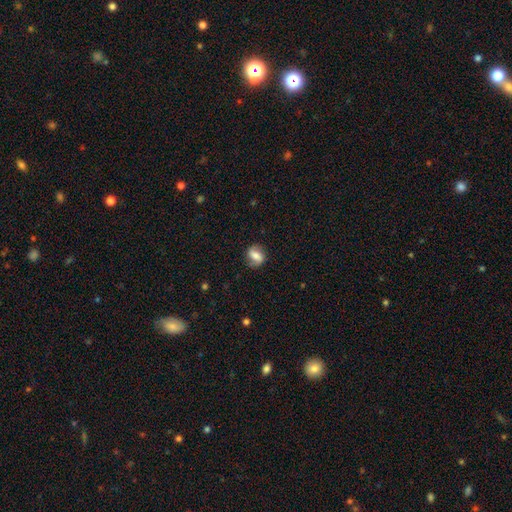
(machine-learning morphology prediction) smooth-or-featured: smooth: 53% | featured or disk: 38% | star or artifact: 9%
  how-rounded: in between: 58% | round: 38% | cigar-shaped: 4%
  merging: none: 77% | minor disturbance: 16% | major disturbance: 5% | merger: 1%